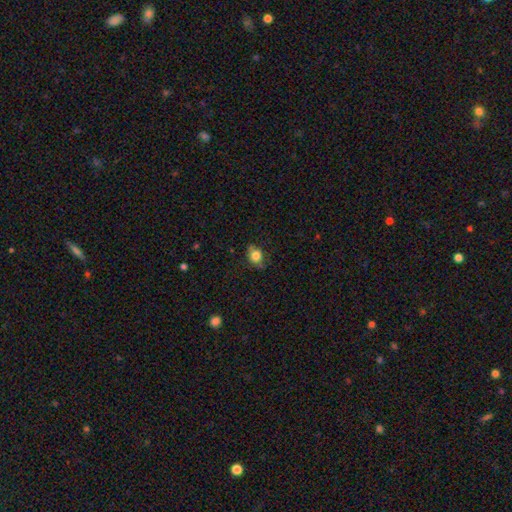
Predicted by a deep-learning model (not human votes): Smooth or featured?
  - smooth: 80% *
  - featured or disk: 10%
  - star or artifact: 10%
How rounded?
  - in between: 49% * (tied)
  - round: 49% * (tied)
  - cigar-shaped: 1%
Merging?
  - none: 66% *
  - minor disturbance: 25%
  - major disturbance: 7%
  - merger: 2%